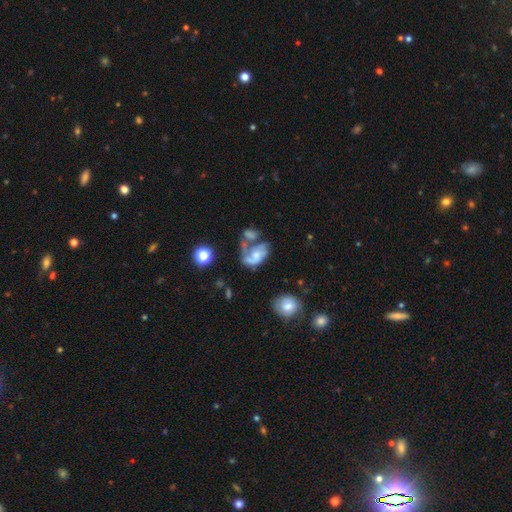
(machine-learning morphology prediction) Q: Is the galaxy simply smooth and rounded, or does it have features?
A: featured or disk — 67%.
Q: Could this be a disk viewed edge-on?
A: no — 97%.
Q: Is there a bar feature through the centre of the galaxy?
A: no — 67%.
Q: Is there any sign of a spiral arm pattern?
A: yes — 79%.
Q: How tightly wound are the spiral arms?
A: loose — 41%.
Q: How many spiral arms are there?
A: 2 — 46%.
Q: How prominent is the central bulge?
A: moderate — 41%.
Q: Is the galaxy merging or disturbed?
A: major disturbance — 33%.